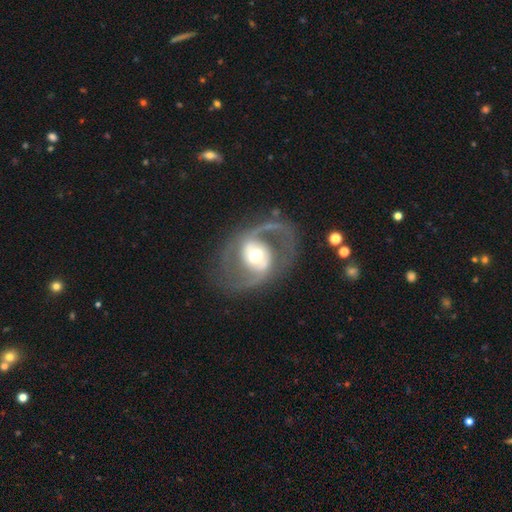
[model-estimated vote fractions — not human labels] Overall: featured or disk (81%). Edge-on disk: no (96%). Bar: no (43%; weak 32%). Spiral arms: yes (77%). Spiral arm count: 2 (87%). Spiral winding: medium (51%; loose 32%). Bulge size: moderate (60%; large 29%). Merging: none (71%).